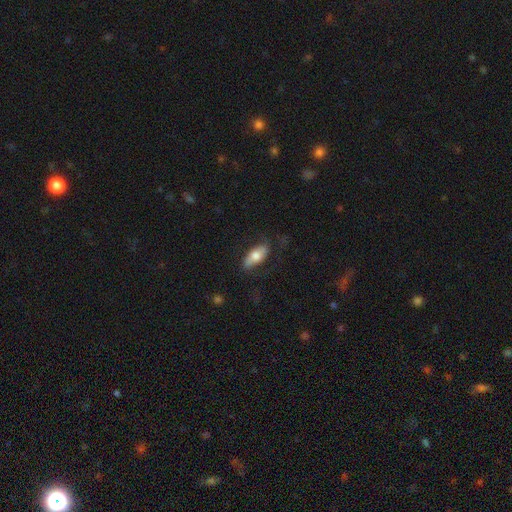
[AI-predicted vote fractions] A smooth galaxy with no disk features (63%) that is in between round and cigar-shaped (83%).

Vote fractions:
- Smooth or featured? smooth: 63% / featured or disk: 31% / star or artifact: 6%
- How rounded? in between: 83% / cigar-shaped: 14% / round: 3%
- Merging? none: 68% / minor disturbance: 19% / major disturbance: 11% / merger: 1%